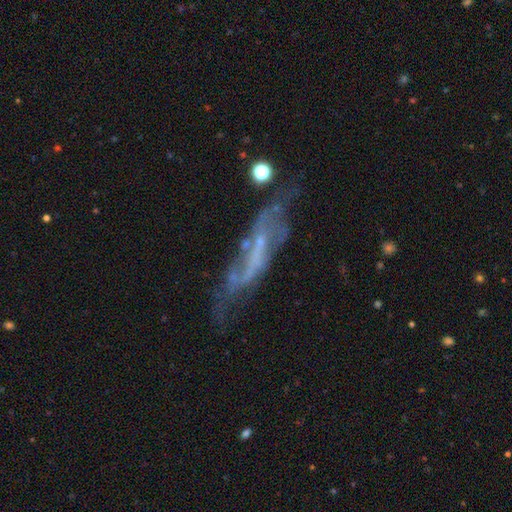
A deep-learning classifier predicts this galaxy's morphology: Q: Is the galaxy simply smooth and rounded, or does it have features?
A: featured or disk — 71%.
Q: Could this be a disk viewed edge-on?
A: no — 73%.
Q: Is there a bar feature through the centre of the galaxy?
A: no — 39%.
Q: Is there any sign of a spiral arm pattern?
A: yes — 68%.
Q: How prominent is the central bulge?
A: none — 44%.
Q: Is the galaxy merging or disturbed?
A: none — 46%.